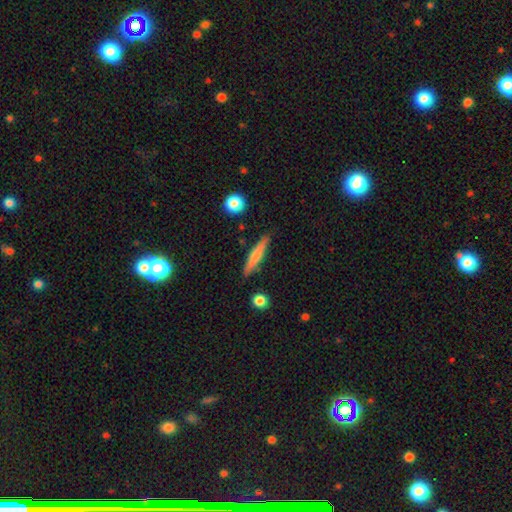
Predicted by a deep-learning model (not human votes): Smooth or featured?
  - smooth: 61% *
  - featured or disk: 33%
  - star or artifact: 6%
How rounded?
  - cigar-shaped: 89% *
  - in between: 9%
  - round: 2%
Merging?
  - none: 85% *
  - minor disturbance: 10%
  - merger: 2%
  - major disturbance: 2%